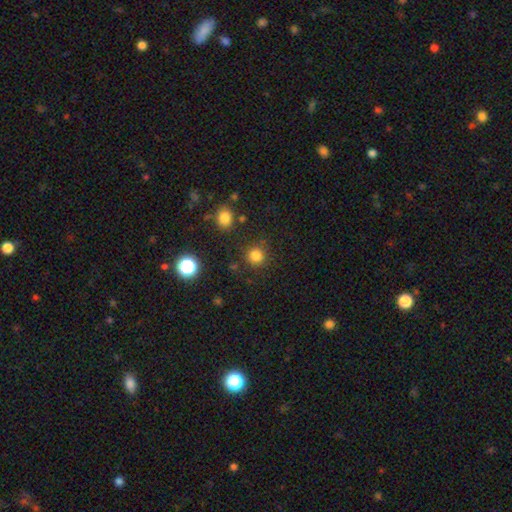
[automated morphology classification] Smooth or featured? Predicted: smooth (p=0.82). How rounded? Predicted: round (p=0.93). Merging? Predicted: none (p=0.86).